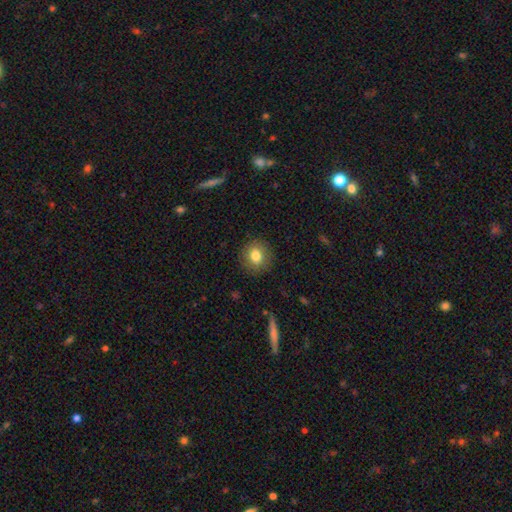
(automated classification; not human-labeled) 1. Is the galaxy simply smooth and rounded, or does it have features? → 81% smooth, 9% featured or disk, 9% star or artifact.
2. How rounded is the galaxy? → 81% round, 18% in between, 1% cigar-shaped.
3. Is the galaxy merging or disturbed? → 88% none, 8% minor disturbance, 3% major disturbance, 1% merger.